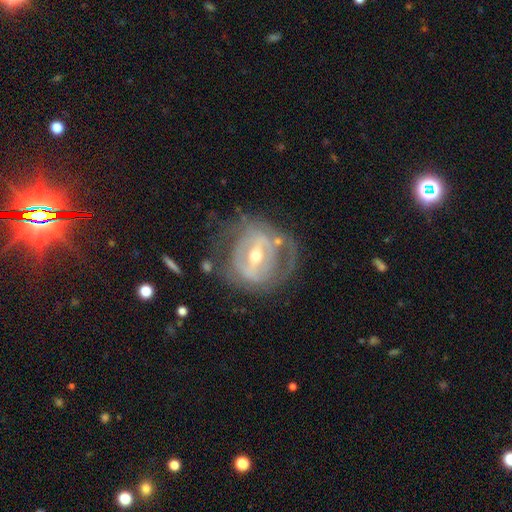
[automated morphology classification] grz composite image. It shows a featured or disk galaxy (81%) with a strong bar (54%), spiral arms (64%) and a moderate central bulge (57%). Merging: none (58%).